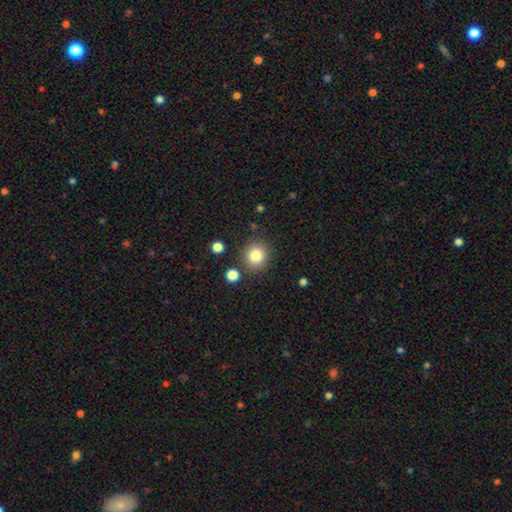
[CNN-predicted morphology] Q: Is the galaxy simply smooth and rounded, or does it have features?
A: smooth — 82%.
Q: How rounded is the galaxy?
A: round — 88%.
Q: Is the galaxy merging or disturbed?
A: none — 84%.